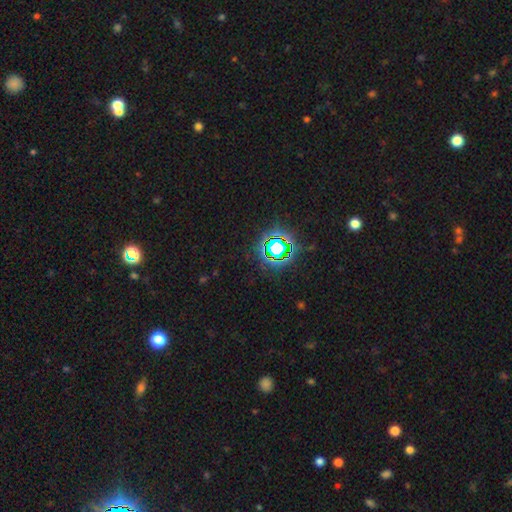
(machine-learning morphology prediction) Smooth or featured? star or artifact (77%)